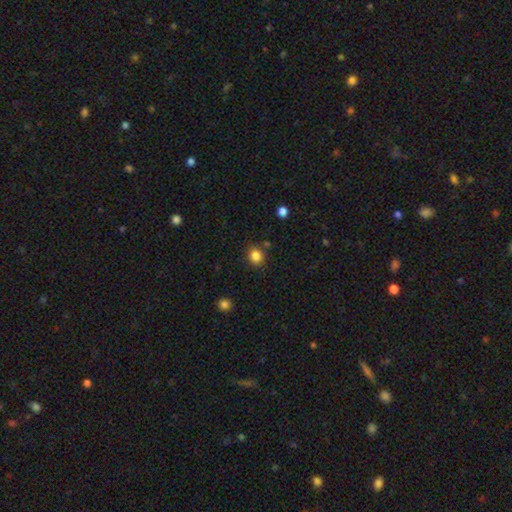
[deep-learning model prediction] Smooth or featured?
  - smooth: 84% *
  - star or artifact: 11%
  - featured or disk: 4%
How rounded?
  - round: 76% *
  - in between: 23%
  - cigar-shaped: 1%
Merging?
  - none: 83% *
  - minor disturbance: 10%
  - merger: 5%
  - major disturbance: 3%